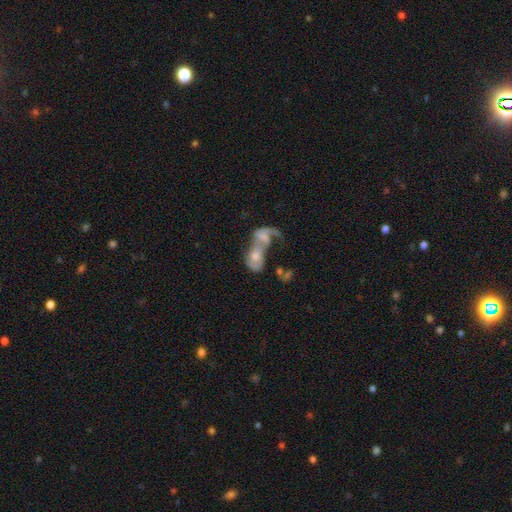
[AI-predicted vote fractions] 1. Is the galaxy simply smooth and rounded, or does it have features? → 55% featured or disk, 33% smooth, 11% star or artifact.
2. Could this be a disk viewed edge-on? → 94% no, 6% yes.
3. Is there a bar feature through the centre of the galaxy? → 75% no, 20% weak, 5% strong.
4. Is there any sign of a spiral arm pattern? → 56% yes, 44% no.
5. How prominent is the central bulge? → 51% moderate, 27% small, 11% none, 9% large, 2% dominant.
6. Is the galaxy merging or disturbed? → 72% merger, 13% major disturbance, 10% none, 5% minor disturbance.